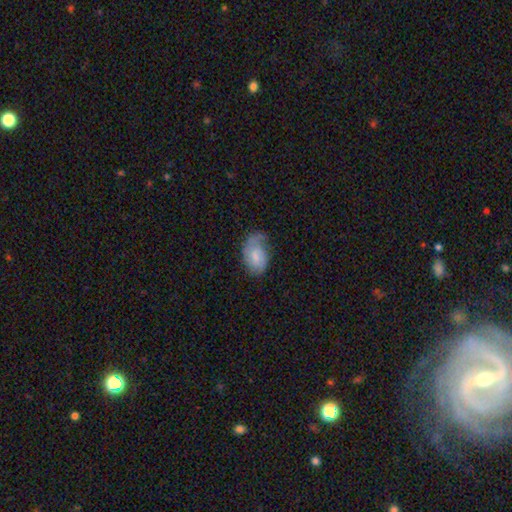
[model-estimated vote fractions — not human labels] Overall: smooth (52%; featured or disk 41%). How rounded: in between (85%). Merging: none (40%; minor disturbance 35%).